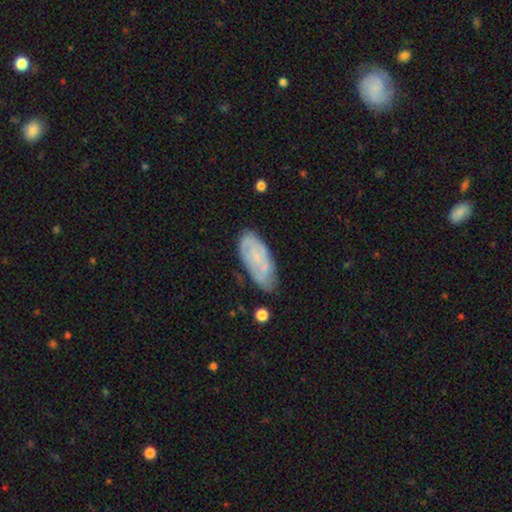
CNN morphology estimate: Smooth or featured? featured or disk (51%)
Edge-on disk? no (91%)
Merging? none (61%)